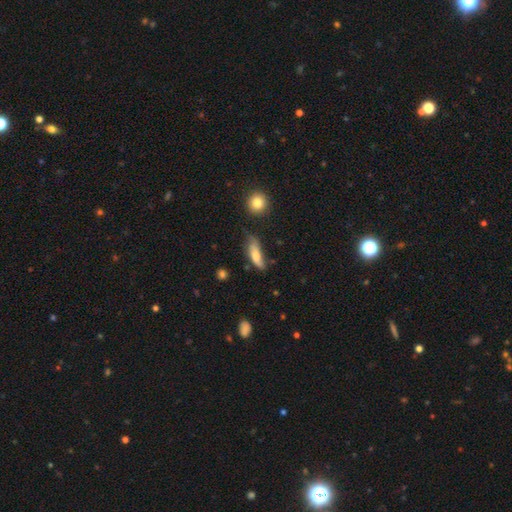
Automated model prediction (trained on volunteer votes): Smooth or featured: smooth — 60% (featured or disk — 32%)
How rounded: in between — 58% (cigar-shaped — 39%)
Merging: none — 43% (minor disturbance — 36%)